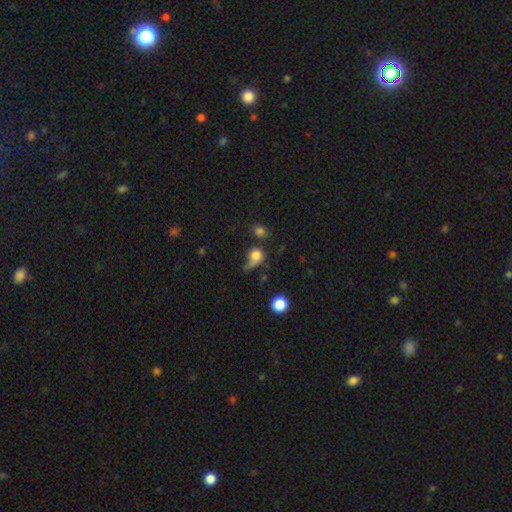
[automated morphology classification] Overall: smooth (74%). How rounded: round (75%). Merging: none (34%; major disturbance 29%).